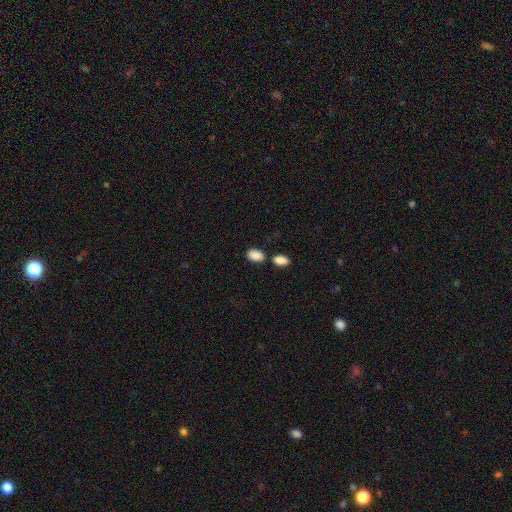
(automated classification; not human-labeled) A smooth galaxy with no disk features (88%) that is in between round and cigar-shaped (89%). Merging: none (68%).